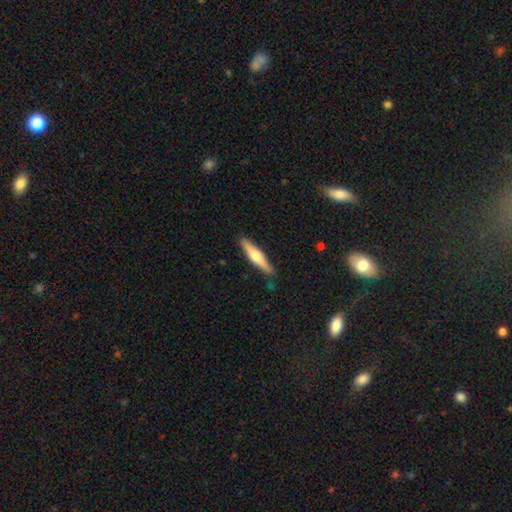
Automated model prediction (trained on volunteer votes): Overall: featured or disk (52%; smooth 43%). Edge-on disk: yes (95%). Merging: none (87%).